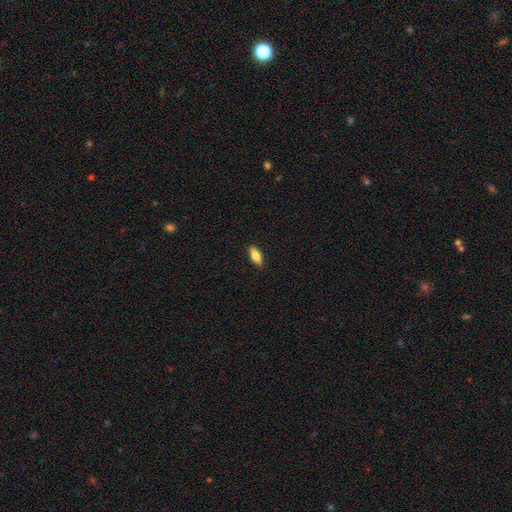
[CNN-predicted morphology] Q: Smooth or featured?
A: smooth (72%); runner-up: featured or disk (21%)
Q: How rounded?
A: in between (75%); runner-up: cigar-shaped (22%)
Q: Merging?
A: none (89%); runner-up: minor disturbance (8%)